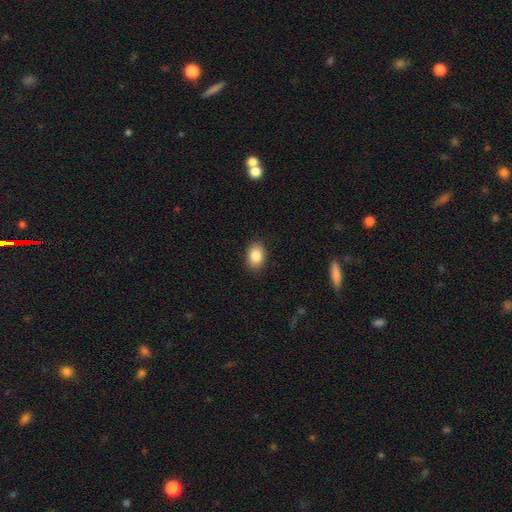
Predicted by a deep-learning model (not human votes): smooth-or-featured: smooth: 86% | star or artifact: 8% | featured or disk: 6%
  how-rounded: in between: 76% | round: 23% | cigar-shaped: 1%
  merging: none: 89% | minor disturbance: 8% | major disturbance: 2% | merger: 1%